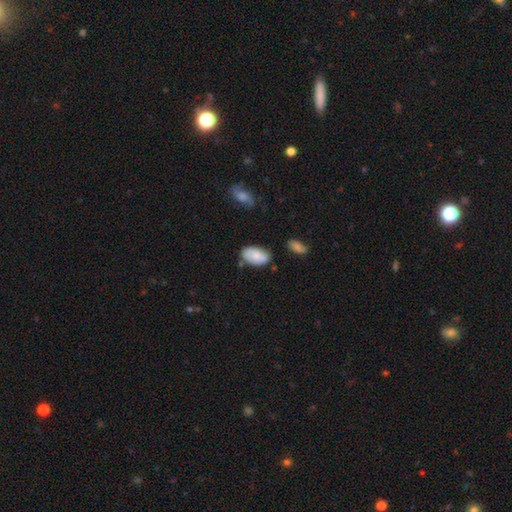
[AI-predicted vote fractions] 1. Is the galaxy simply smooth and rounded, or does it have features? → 72% smooth, 21% featured or disk, 7% star or artifact.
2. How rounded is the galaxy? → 93% in between, 5% round, 2% cigar-shaped.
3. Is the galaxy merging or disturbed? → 64% none, 22% minor disturbance, 9% merger, 4% major disturbance.